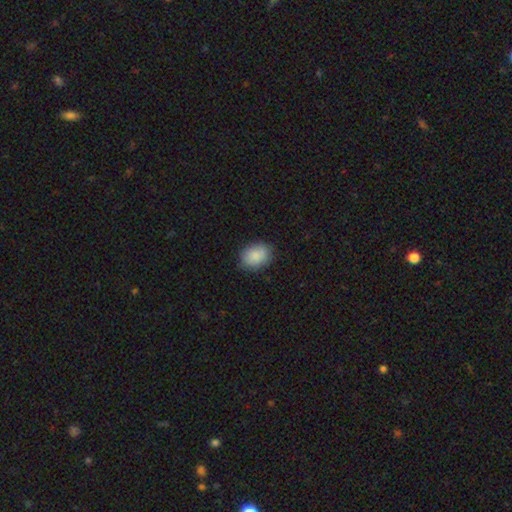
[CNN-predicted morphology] Smooth or featured? smooth (88%)
How rounded? in between (67%)
Merging? none (84%)